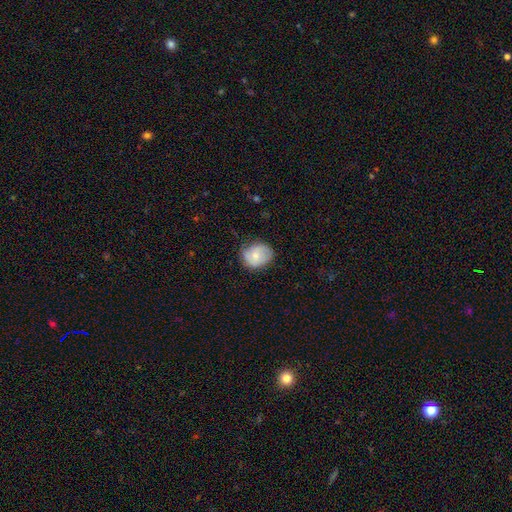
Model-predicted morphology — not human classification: Overall: smooth (63%; featured or disk 30%). How rounded: round (61%; in between 38%). Merging: none (66%; minor disturbance 26%).